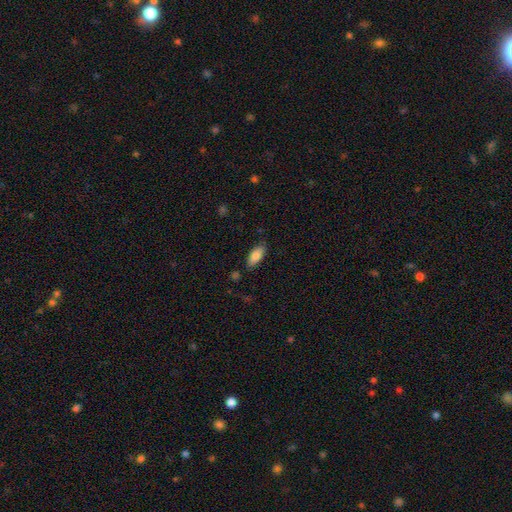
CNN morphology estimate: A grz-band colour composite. It shows a smooth galaxy with no disk features (82%) that is in between round and cigar-shaped (84%). Merging: none (81%).